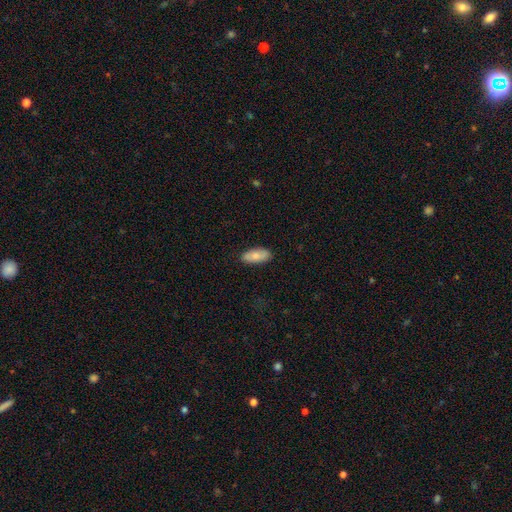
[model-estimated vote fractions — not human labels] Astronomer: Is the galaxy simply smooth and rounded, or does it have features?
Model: smooth — 76%.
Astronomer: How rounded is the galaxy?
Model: in between — 89%.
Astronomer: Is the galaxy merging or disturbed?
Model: none — 87%.